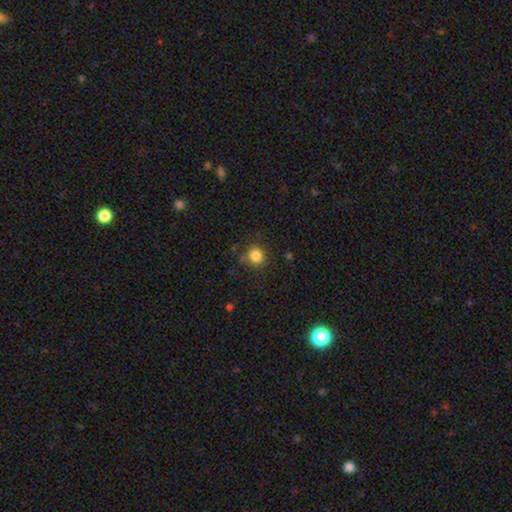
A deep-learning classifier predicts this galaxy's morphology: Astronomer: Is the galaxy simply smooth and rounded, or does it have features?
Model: smooth — 84%.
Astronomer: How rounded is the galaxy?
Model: round — 88%.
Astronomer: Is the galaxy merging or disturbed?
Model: none — 82%.